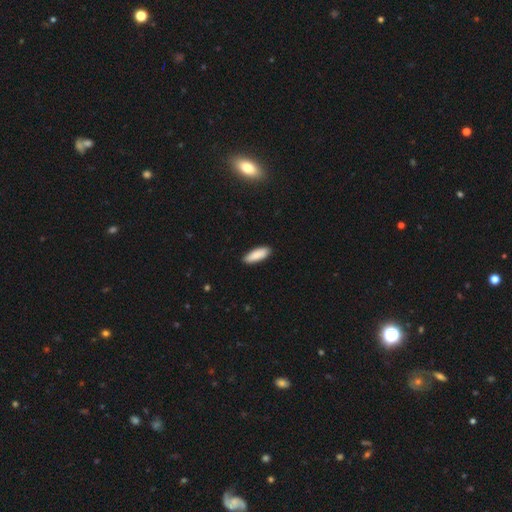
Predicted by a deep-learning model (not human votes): Smooth or featured? smooth (88%)
How rounded? in between (64%)
Merging? none (90%)